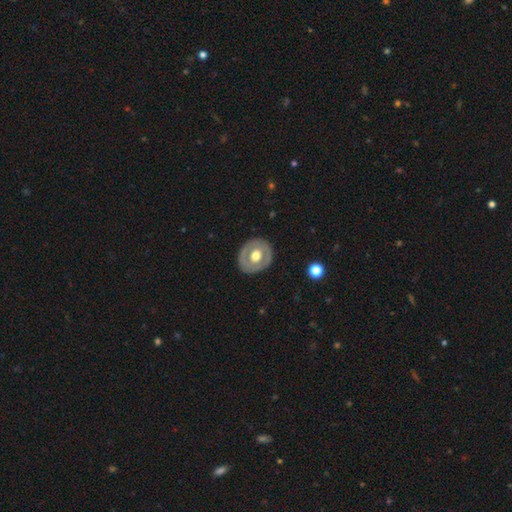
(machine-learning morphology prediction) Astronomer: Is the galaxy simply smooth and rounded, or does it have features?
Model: featured or disk — 54% (runner-up: smooth, 41%).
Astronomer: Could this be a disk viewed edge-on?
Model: no — 94%.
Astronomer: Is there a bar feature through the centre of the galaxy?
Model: no — 81%.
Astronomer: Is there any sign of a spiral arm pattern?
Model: no — 86%.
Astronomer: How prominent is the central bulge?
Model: moderate — 59% (runner-up: large, 35%).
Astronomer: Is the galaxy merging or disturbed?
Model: none — 85%.